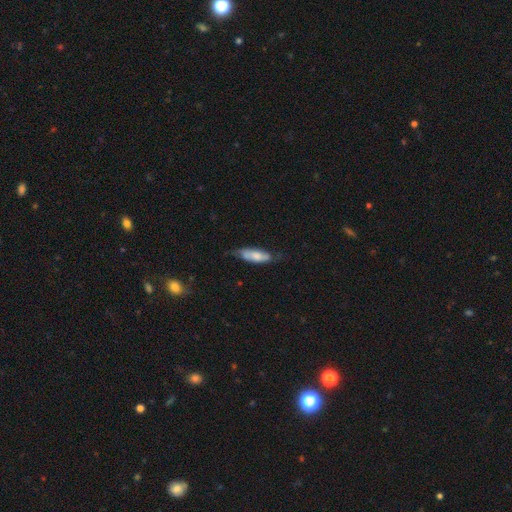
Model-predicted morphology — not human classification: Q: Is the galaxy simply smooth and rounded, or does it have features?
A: smooth — 63%.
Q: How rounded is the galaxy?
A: in between — 55%.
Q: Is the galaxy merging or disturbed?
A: none — 57%.